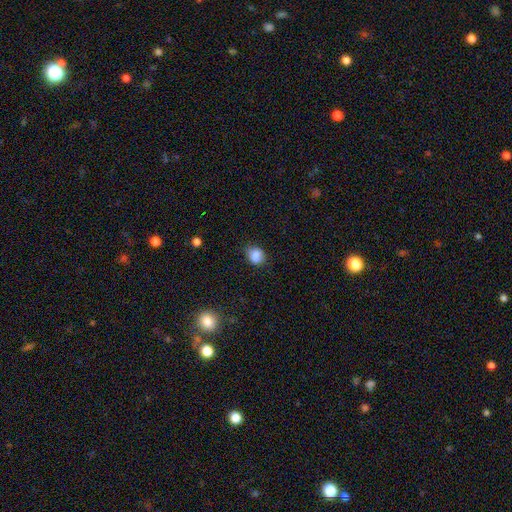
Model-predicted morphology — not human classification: Q: Smooth or featured?
A: smooth (83%); runner-up: star or artifact (10%)
Q: How rounded?
A: round (52%); runner-up: in between (47%)
Q: Merging?
A: none (64%); runner-up: minor disturbance (25%)